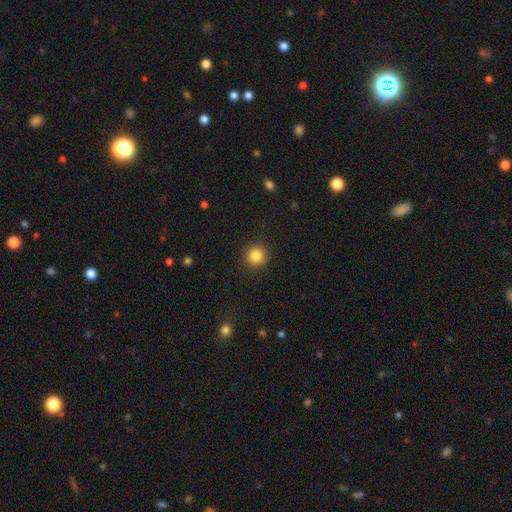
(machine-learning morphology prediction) The model was most divided on "smooth or featured": smooth: 85%, star or artifact: 11%, featured or disk: 5%. More confident: how rounded — round (94%); merging — none (91%).